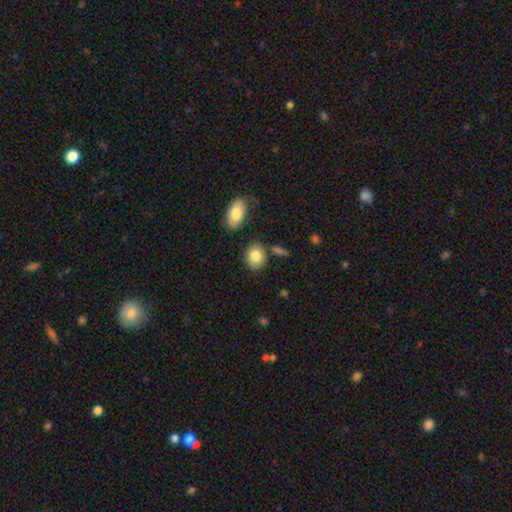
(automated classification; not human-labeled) A smooth galaxy with no disk features (83%) that is in between round and cigar-shaped (59%).

Vote fractions:
- Smooth or featured? smooth: 83% / featured or disk: 10% / star or artifact: 7%
- How rounded? in between: 59% / round: 39% / cigar-shaped: 1%
- Merging? none: 76% / minor disturbance: 14% / merger: 7% / major disturbance: 3%